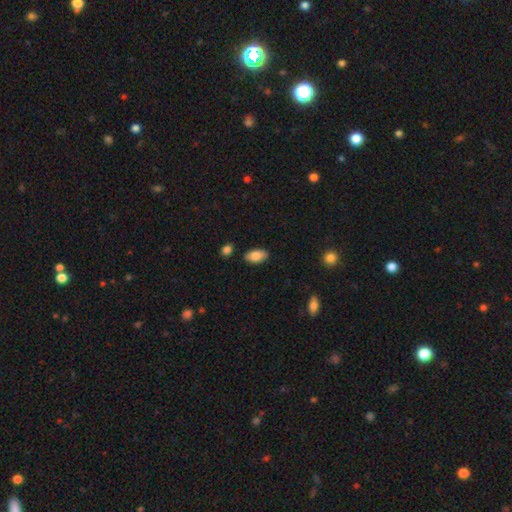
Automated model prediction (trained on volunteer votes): This appears to be a smooth galaxy with no disk features (82%) that is in between round and cigar-shaped (93%). Merging: none (86%).